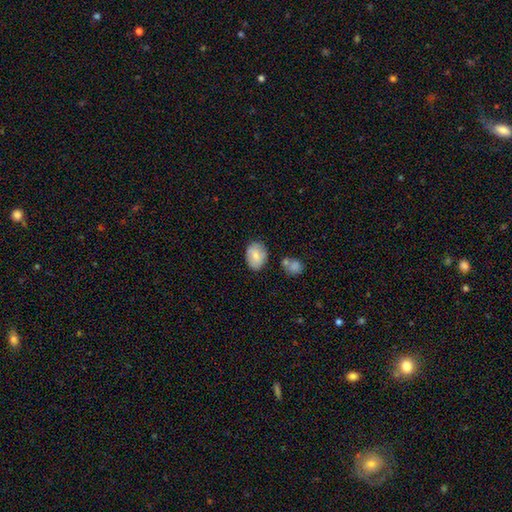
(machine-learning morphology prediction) Smooth or featured? Predicted: smooth (p=0.74). How rounded? Predicted: in between (p=0.73). Merging? Predicted: none (p=0.76).